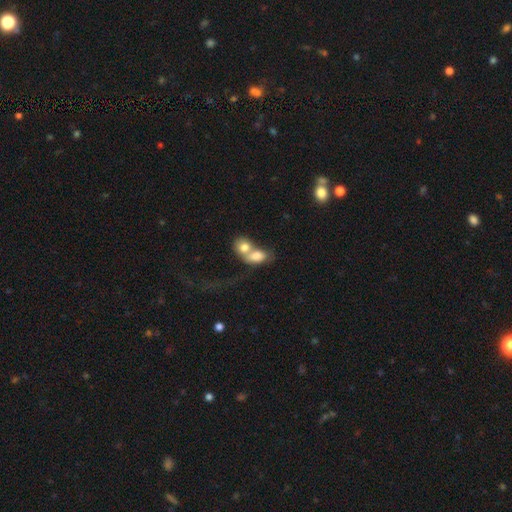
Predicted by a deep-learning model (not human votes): Smooth or featured: smooth — 73% (featured or disk — 19%)
How rounded: in between — 71% (round — 27%)
Merging: merger — 75% (none — 13%)